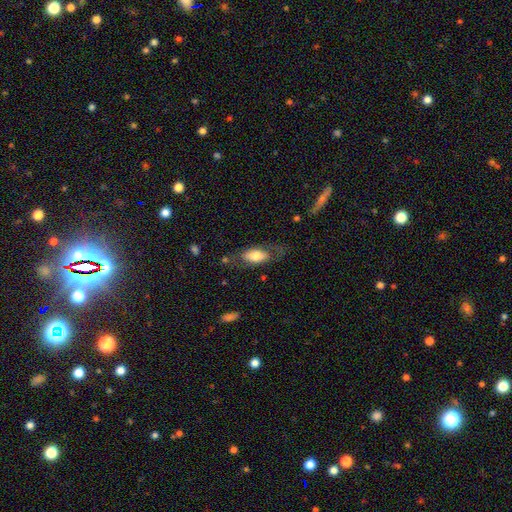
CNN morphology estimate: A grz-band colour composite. It shows a smooth galaxy with no disk features (64%) that is in between round and cigar-shaped (85%). Merging: none (62%).